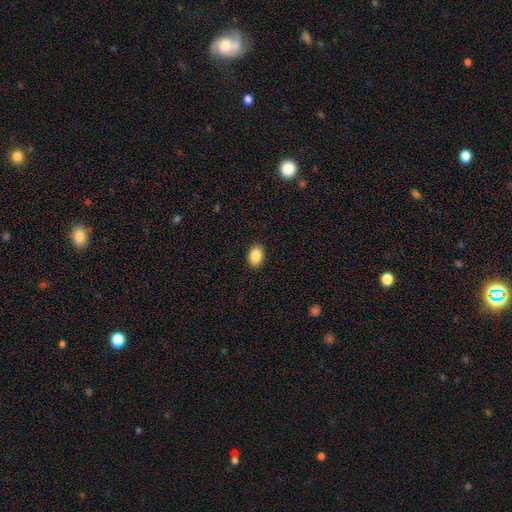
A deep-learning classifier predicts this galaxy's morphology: The model was most divided on "how rounded": in between: 85%, round: 14%, cigar-shaped: 1%. More confident: merging — none (90%); smooth or featured — smooth (89%).